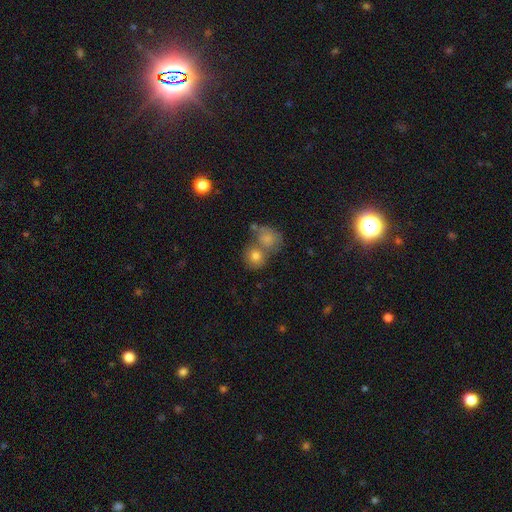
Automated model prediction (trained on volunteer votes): Smooth or featured? smooth (54%)
How rounded? round (83%)
Merging? none (52%)